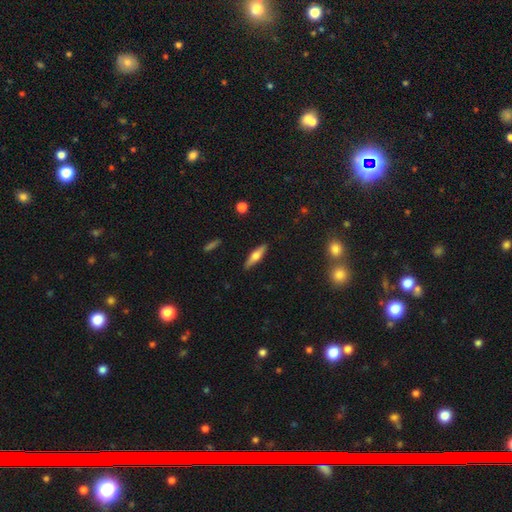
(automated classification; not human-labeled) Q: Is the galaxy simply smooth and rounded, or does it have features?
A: featured or disk — 47%.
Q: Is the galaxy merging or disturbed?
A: none — 89%.